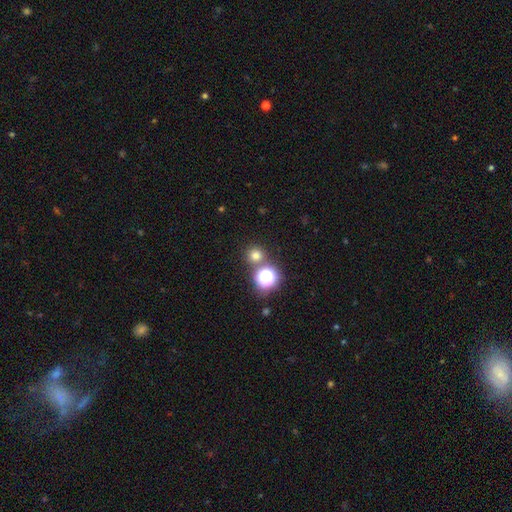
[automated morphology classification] smooth_or_featured: smooth (p=0.71) [alt: star or artifact p=0.23]
how_rounded: round (p=0.93) [alt: in between p=0.06]
merging: none (p=0.78) [alt: merger p=0.12]